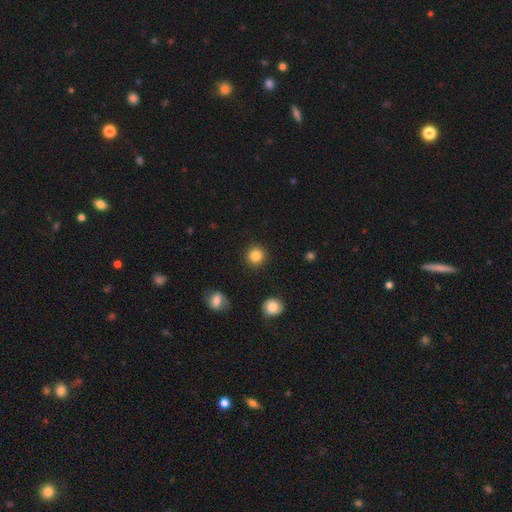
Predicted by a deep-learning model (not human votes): Smooth or featured? smooth (85%)
How rounded? round (94%)
Merging? none (92%)